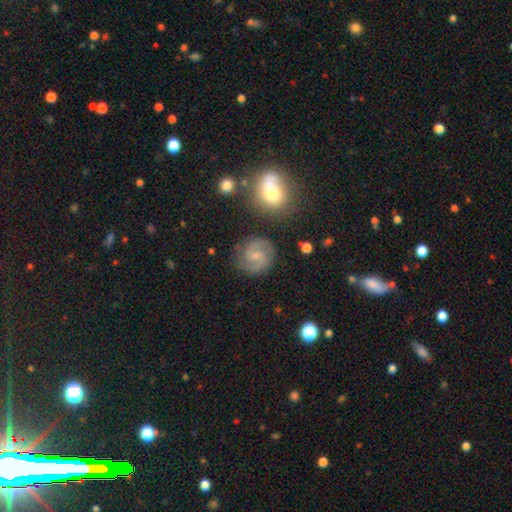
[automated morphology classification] The model was most divided on "bar": weak: 50%, no: 42%, strong: 8%. More confident: edge-on disk — no (98%); spiral arms — yes (93%); spiral arm count — 2 (87%); merging — none (81%); smooth or featured — featured or disk (68%); bulge size — small (59%); spiral winding — medium (53%).